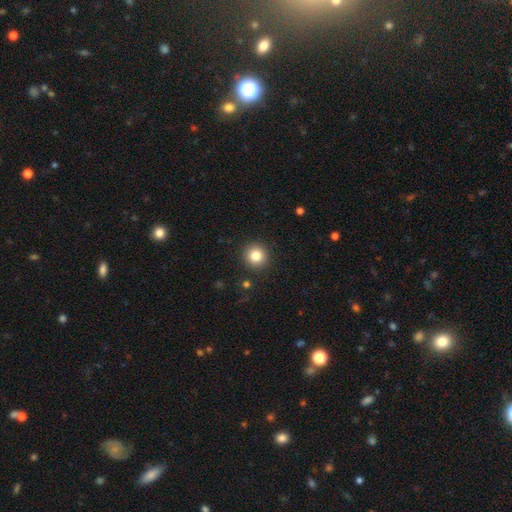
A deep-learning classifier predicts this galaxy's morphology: Smooth or featured? smooth (83%)
How rounded? round (94%)
Merging? none (91%)